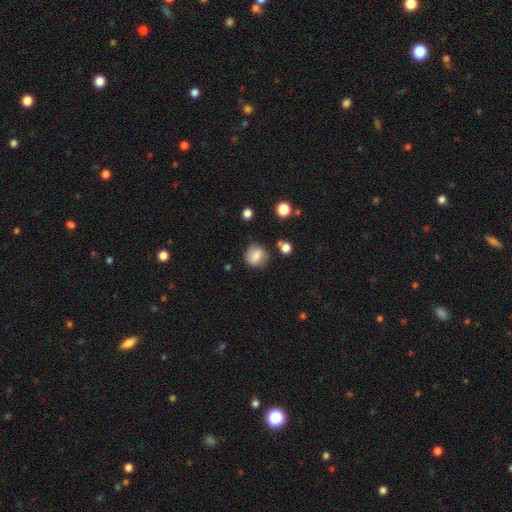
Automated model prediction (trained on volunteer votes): A smooth galaxy with no disk features (73%) that is round (76%). Merging: none (73%).